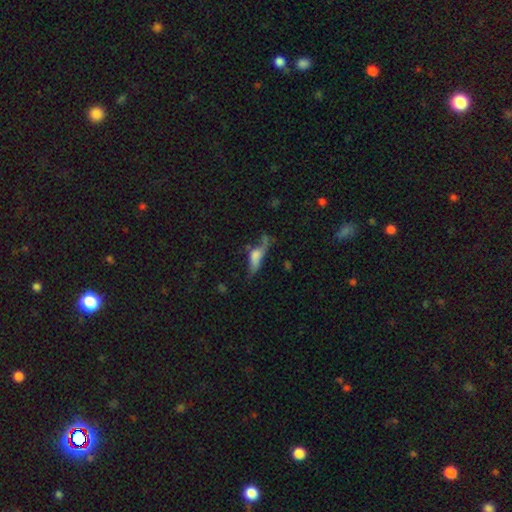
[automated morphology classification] Q: Smooth or featured?
A: smooth (55%); runner-up: featured or disk (33%)
Q: How rounded?
A: in between (56%); runner-up: cigar-shaped (39%)
Q: Merging?
A: major disturbance (33%); runner-up: none (30%)